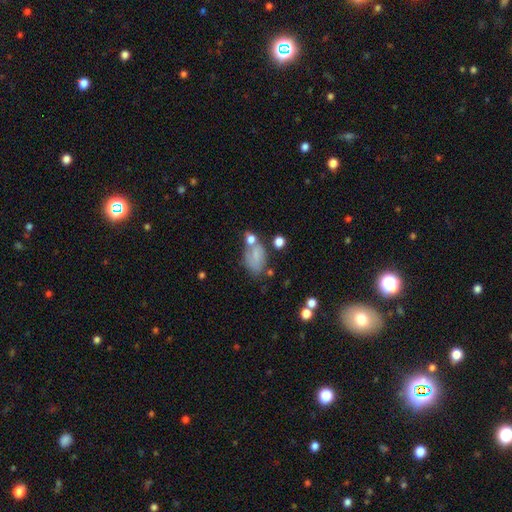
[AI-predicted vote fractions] This appears to be a smooth galaxy with no disk features (65%) that is in between round and cigar-shaped (85%). Merging: none (38%).